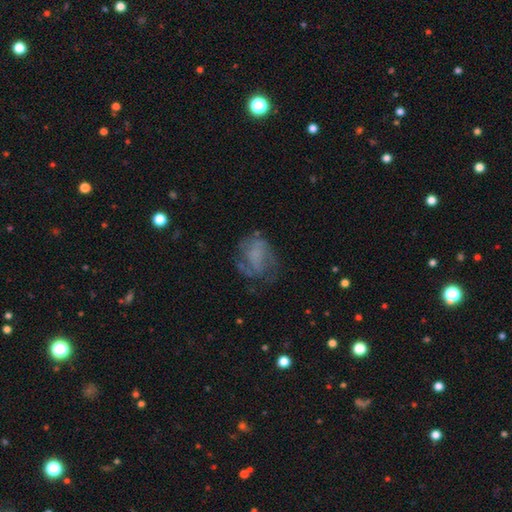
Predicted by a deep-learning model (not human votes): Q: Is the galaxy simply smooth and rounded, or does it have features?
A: featured or disk — 49%.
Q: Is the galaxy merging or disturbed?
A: none — 49%.